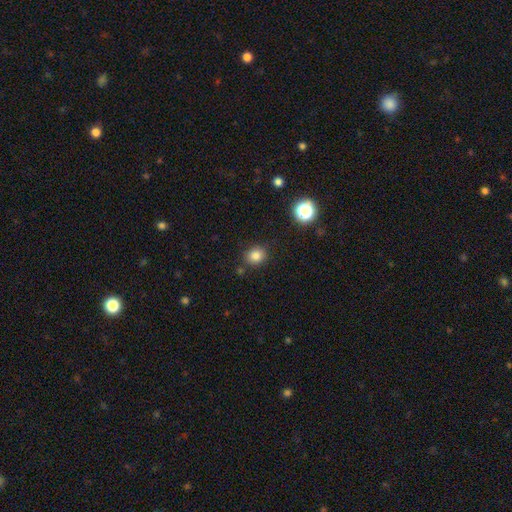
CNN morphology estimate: This is clearly a smooth galaxy (82%). How rounded: likely round (75%). Merging: clearly none (83%).